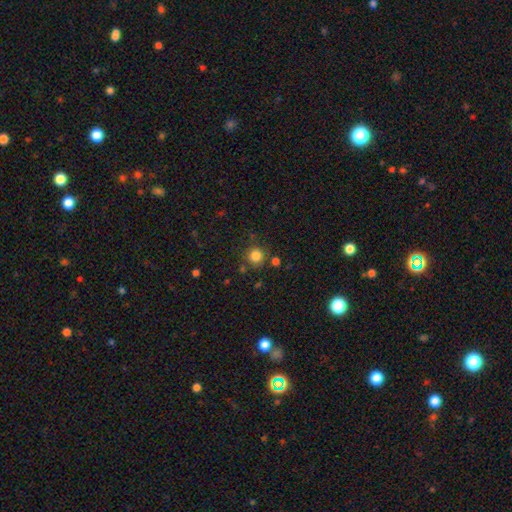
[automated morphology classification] Smooth or featured? Predicted: smooth (p=0.82). How rounded? Predicted: round (p=0.94). Merging? Predicted: none (p=0.83).